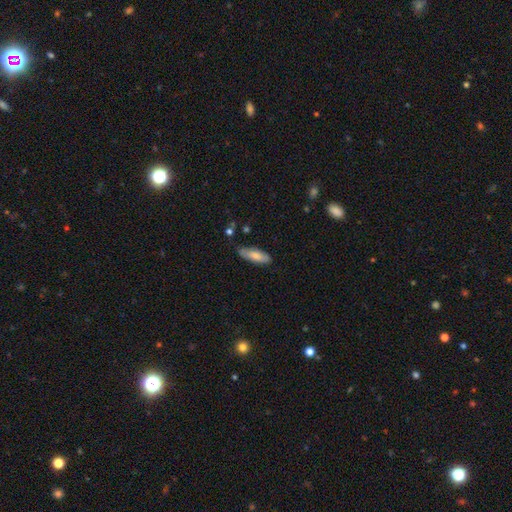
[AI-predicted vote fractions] Smooth or featured: smooth — 74% (featured or disk — 20%)
How rounded: in between — 62% (cigar-shaped — 37%)
Merging: none — 75% (minor disturbance — 20%)